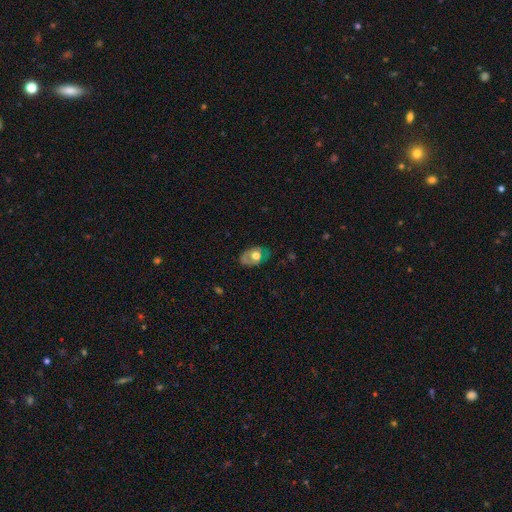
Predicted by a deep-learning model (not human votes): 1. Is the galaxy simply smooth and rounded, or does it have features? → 49% smooth, 43% featured or disk, 7% star or artifact.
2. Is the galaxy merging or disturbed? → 62% none, 26% minor disturbance, 11% major disturbance, 2% merger.